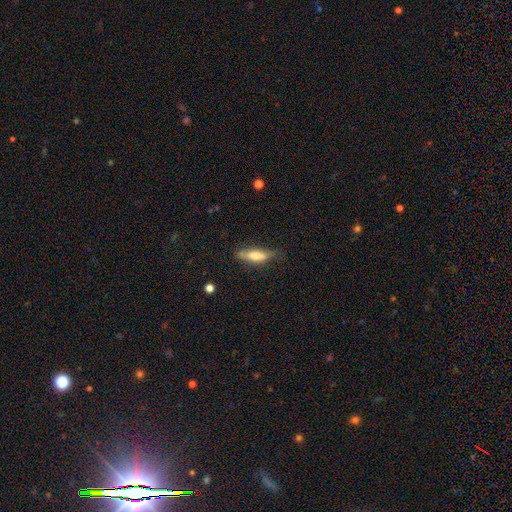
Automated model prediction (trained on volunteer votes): Smooth or featured? Predicted: smooth (p=0.69). How rounded? Predicted: cigar-shaped (p=0.52). Merging? Predicted: none (p=0.65).